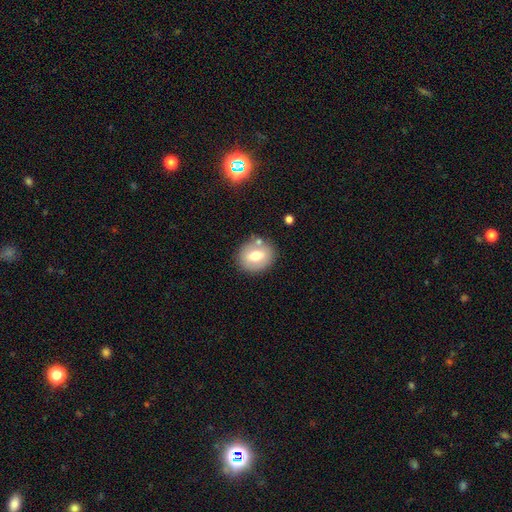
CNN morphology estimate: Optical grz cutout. It shows a smooth galaxy with no disk features (64%) that is round (63%). Merging: none (78%).